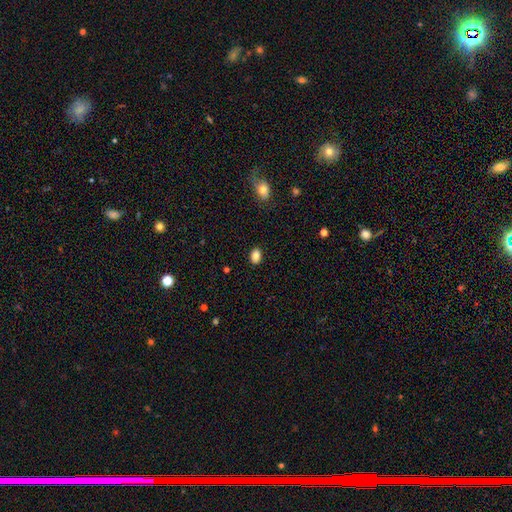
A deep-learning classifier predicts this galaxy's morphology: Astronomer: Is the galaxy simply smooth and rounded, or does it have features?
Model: smooth — 84%.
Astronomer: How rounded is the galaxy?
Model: in between — 79%.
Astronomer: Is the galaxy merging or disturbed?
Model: none — 88%.